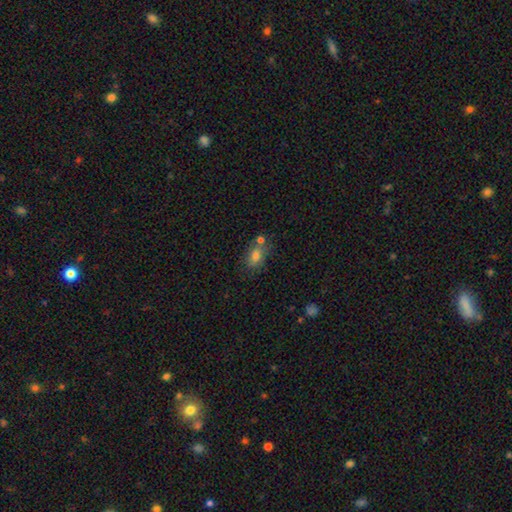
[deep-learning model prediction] This appears to be a smooth galaxy with no disk features (73%) that is in between round and cigar-shaped (79%). Merging: none (56%).